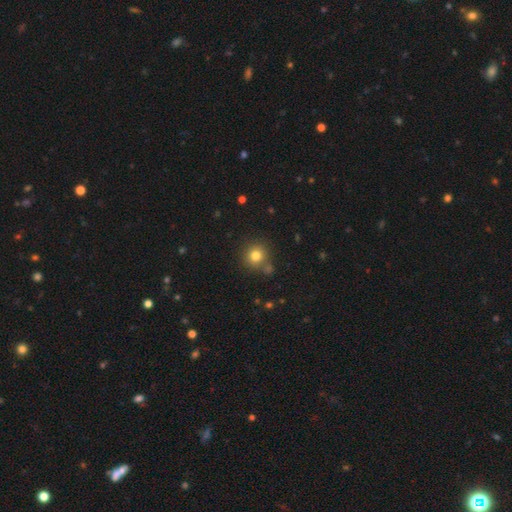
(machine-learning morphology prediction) Smooth or featured?
  - smooth: 80% *
  - star or artifact: 13%
  - featured or disk: 7%
How rounded?
  - round: 91% *
  - in between: 8%
  - cigar-shaped: 1%
Merging?
  - none: 76% *
  - merger: 10%
  - minor disturbance: 10%
  - major disturbance: 3%